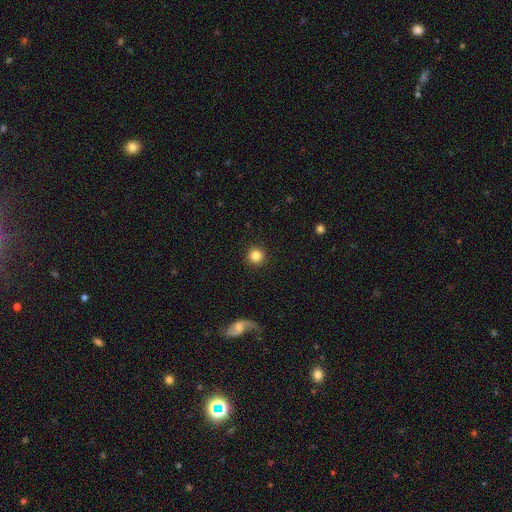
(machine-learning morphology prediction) Smooth or featured: smooth — 85% (star or artifact — 10%)
How rounded: round — 95% (in between — 4%)
Merging: none — 93% (minor disturbance — 4%)